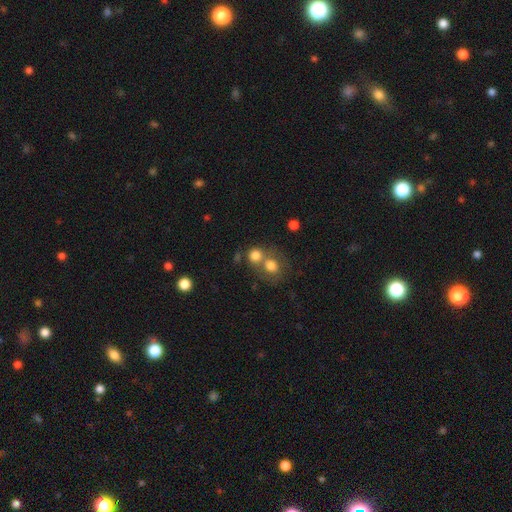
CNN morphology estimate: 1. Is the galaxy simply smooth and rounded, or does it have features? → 77% smooth, 12% star or artifact, 10% featured or disk.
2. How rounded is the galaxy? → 83% round, 16% in between, 1% cigar-shaped.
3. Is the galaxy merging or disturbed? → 45% merger, 43% none, 7% minor disturbance, 4% major disturbance.